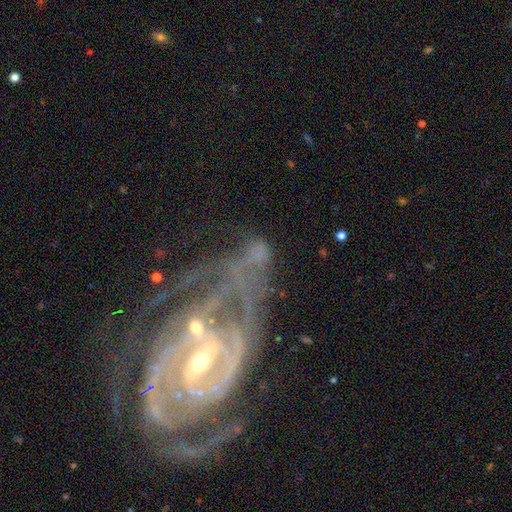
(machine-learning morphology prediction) Overall: featured or disk (66%). Edge-on disk: no (94%). Bar: no (44%; weak 30%). Spiral arms: yes (76%). Bulge size: small (50%; moderate 36%). Merging: none (40%; major disturbance 26%).